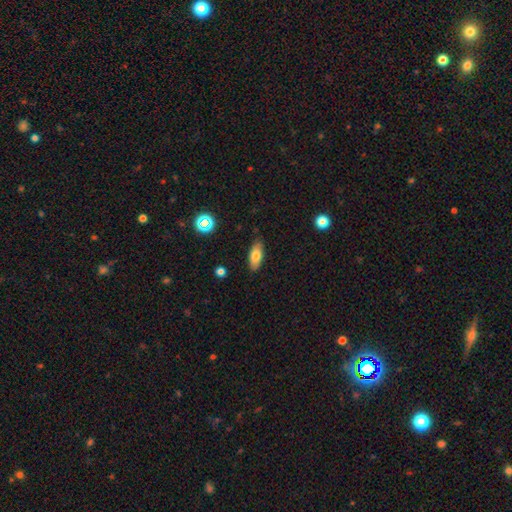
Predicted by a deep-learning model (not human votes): Smooth or featured? smooth (77%)
How rounded? in between (82%)
Merging? none (84%)